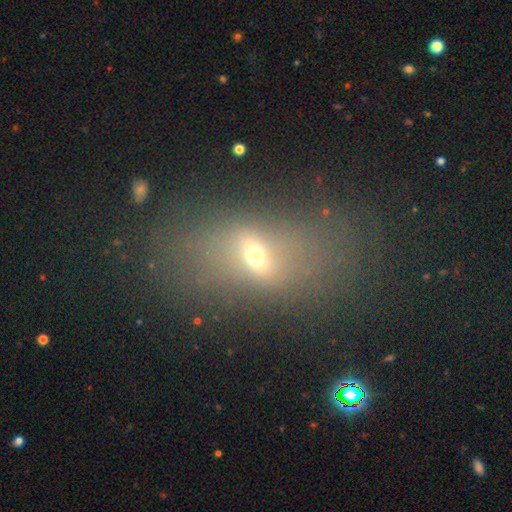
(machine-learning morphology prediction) type=smooth (42%); merging=none (62%).